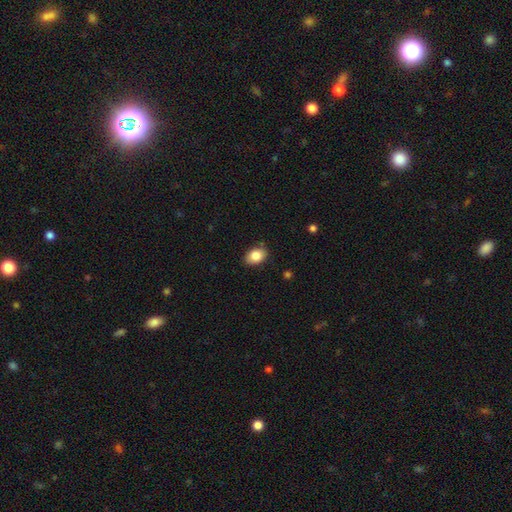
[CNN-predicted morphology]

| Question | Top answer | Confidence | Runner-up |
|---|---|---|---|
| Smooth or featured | smooth | 85% | star or artifact (8%) |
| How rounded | in between | 80% | round (19%) |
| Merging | none | 84% | minor disturbance (12%) |